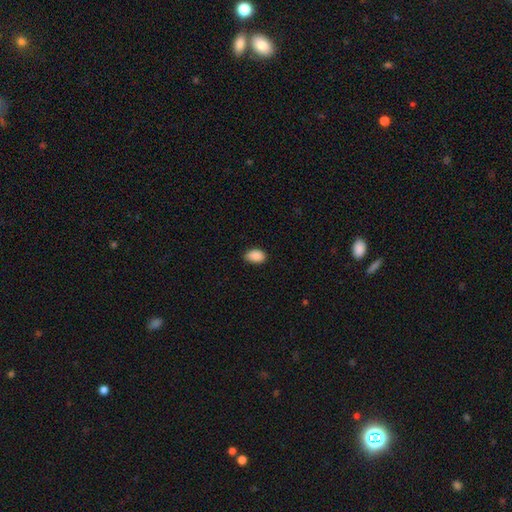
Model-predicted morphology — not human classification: The model was most divided on "merging": none: 76%, minor disturbance: 20%, major disturbance: 3%, merger: 1%. More confident: smooth or featured — smooth (89%); how rounded — in between (87%).